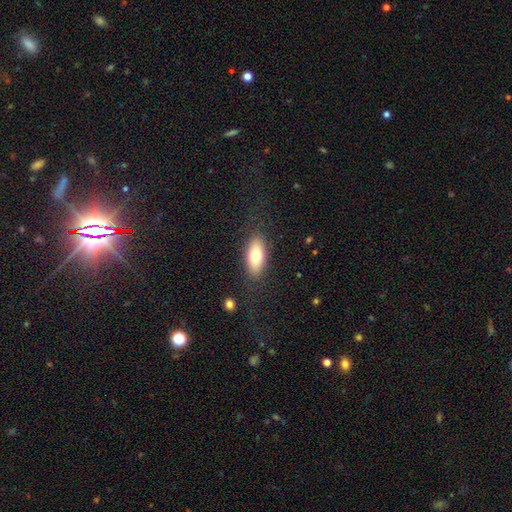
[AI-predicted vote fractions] A smooth galaxy with no disk features (73%) that is in between round and cigar-shaped (82%). Merging: none (84%).